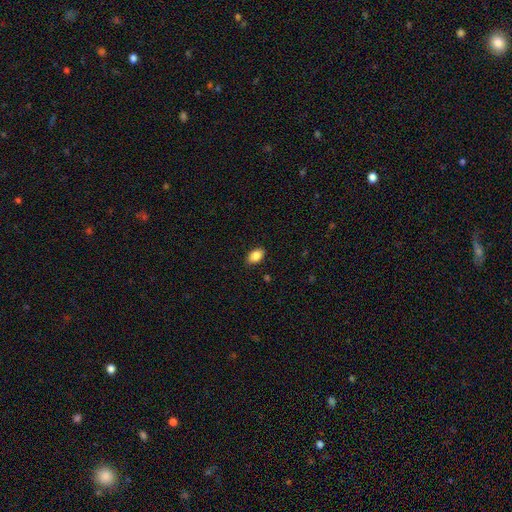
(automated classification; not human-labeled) Smooth or featured? Predicted: smooth (p=0.86). How rounded? Predicted: in between (p=0.89). Merging? Predicted: none (p=0.87).